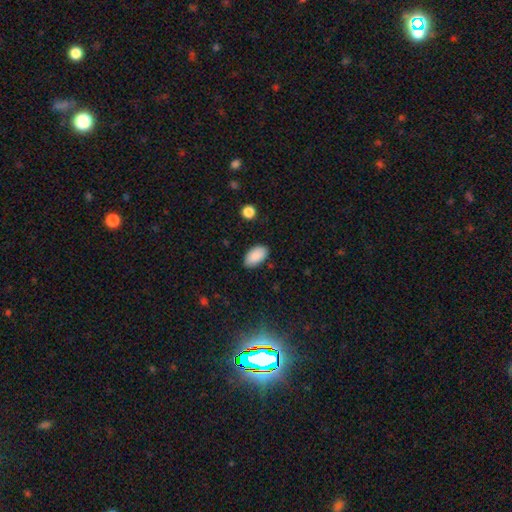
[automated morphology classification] A smooth galaxy with no disk features (89%) that is in between round and cigar-shaped (95%).

Vote fractions:
- Smooth or featured? smooth: 89% / star or artifact: 7% / featured or disk: 5%
- How rounded? in between: 95% / round: 3% / cigar-shaped: 2%
- Merging? none: 85% / minor disturbance: 11% / major disturbance: 2% / merger: 1%